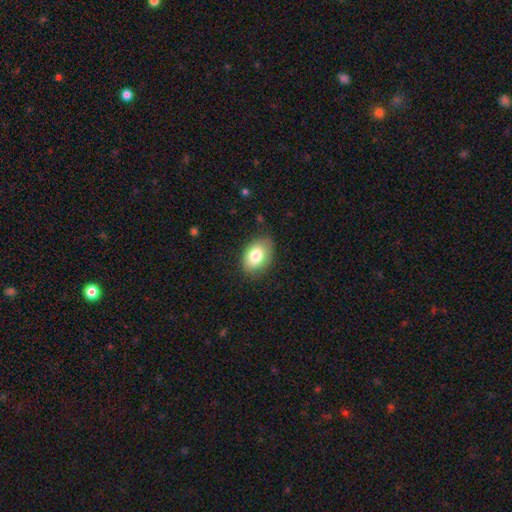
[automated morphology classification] Overall: smooth (80%). How rounded: in between (85%). Merging: none (77%).